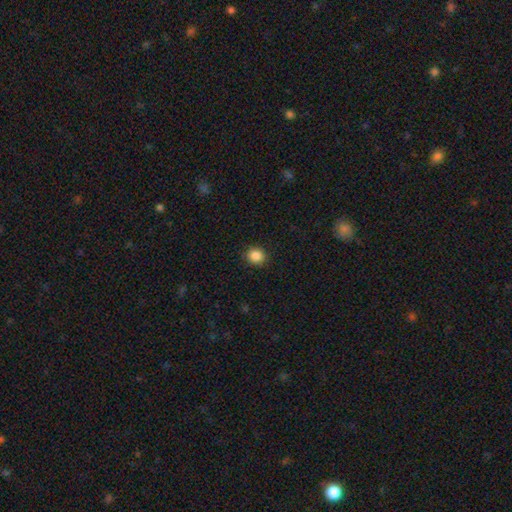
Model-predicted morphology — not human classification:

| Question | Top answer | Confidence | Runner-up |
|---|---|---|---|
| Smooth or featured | smooth | 87% | star or artifact (10%) |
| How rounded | round | 79% | in between (20%) |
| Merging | none | 89% | minor disturbance (7%) |